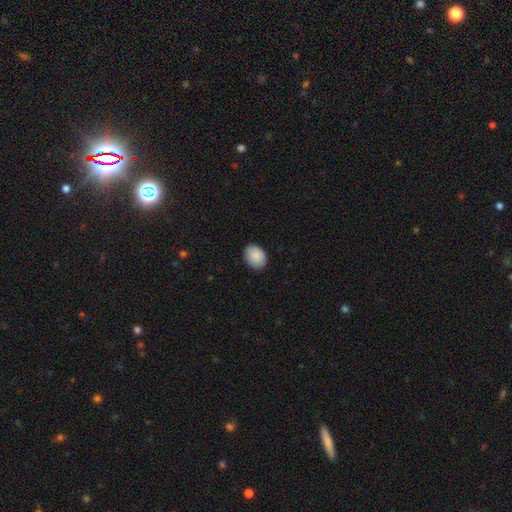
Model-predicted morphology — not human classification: smooth_or_featured: smooth (p=0.90) [alt: star or artifact p=0.07]
how_rounded: in between (p=0.66) [alt: round p=0.33]
merging: none (p=0.87) [alt: minor disturbance p=0.10]